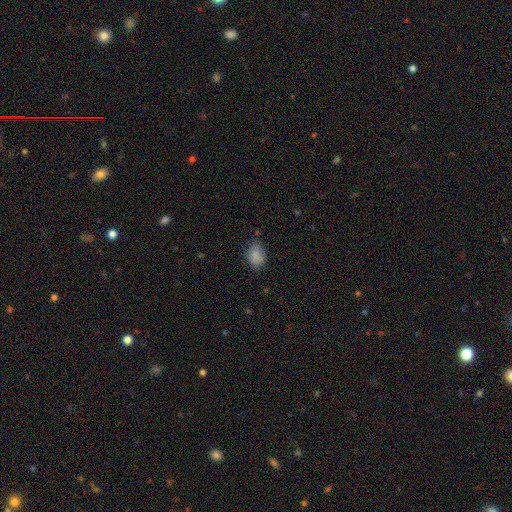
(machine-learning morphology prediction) The model was most divided on "merging": none: 66%, minor disturbance: 26%, major disturbance: 6%, merger: 2%. More confident: how rounded — in between (83%); smooth or featured — smooth (82%).